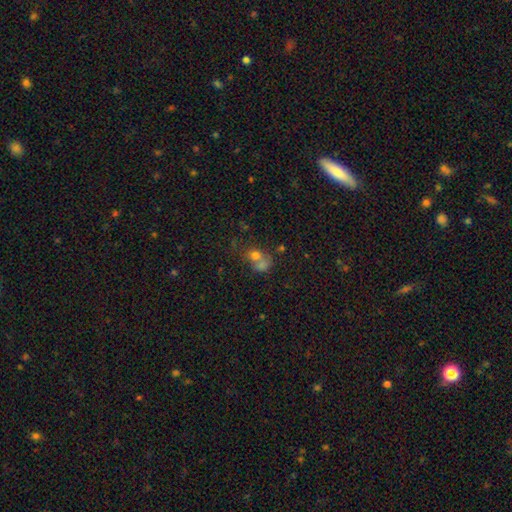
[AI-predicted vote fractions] This is likely a smooth galaxy (70%). How rounded: possibly round (59%). Merging: possibly merger (58%).